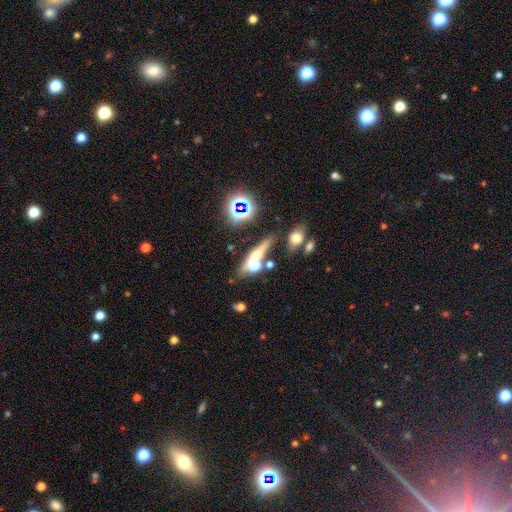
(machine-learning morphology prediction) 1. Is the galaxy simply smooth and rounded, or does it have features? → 43% smooth, 33% featured or disk, 24% star or artifact.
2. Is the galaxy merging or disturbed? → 55% none, 26% merger, 12% minor disturbance, 7% major disturbance.